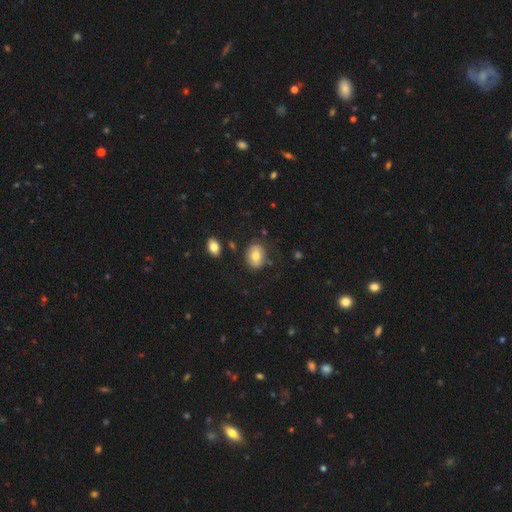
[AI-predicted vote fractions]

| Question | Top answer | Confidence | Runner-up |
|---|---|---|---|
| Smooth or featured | smooth | 77% | featured or disk (15%) |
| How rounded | in between | 63% | round (36%) |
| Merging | none | 79% | minor disturbance (14%) |